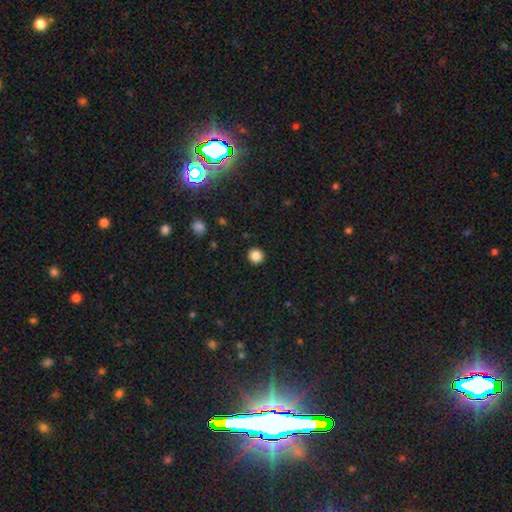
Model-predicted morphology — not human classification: Smooth or featured: smooth — 86% (star or artifact — 11%)
How rounded: round — 95% (in between — 4%)
Merging: none — 93% (minor disturbance — 5%)